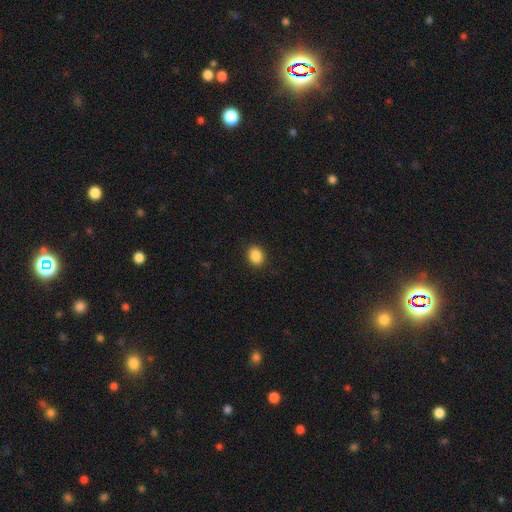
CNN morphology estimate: Smooth or featured: smooth — 88% (star or artifact — 9%)
How rounded: in between — 56% (round — 43%)
Merging: none — 89% (minor disturbance — 8%)